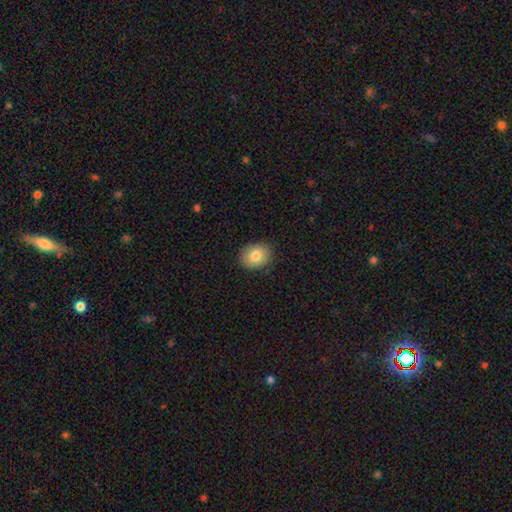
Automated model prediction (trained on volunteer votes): smooth-or-featured: smooth: 82% | featured or disk: 10% | star or artifact: 8%
  how-rounded: in between: 51% | round: 48% | cigar-shaped: 1%
  merging: none: 88% | minor disturbance: 9% | major disturbance: 2% | merger: 1%